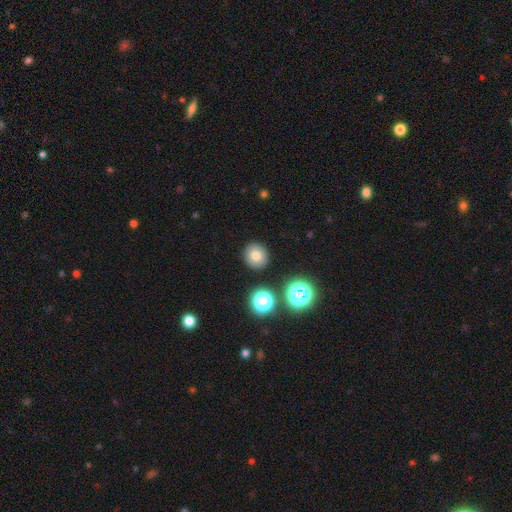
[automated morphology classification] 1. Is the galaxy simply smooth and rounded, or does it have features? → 75% smooth, 14% star or artifact, 11% featured or disk.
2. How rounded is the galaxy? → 88% round, 11% in between, 1% cigar-shaped.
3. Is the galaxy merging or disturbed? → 89% none, 6% minor disturbance, 2% major disturbance, 2% merger.